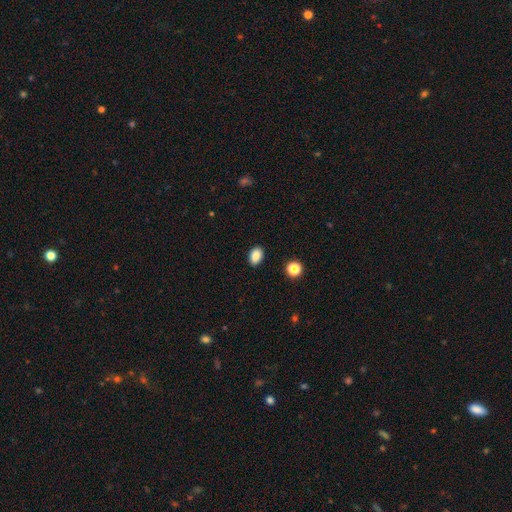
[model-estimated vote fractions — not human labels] Smooth or featured: smooth — 87% (star or artifact — 9%)
How rounded: in between — 80% (round — 18%)
Merging: none — 88% (minor disturbance — 8%)